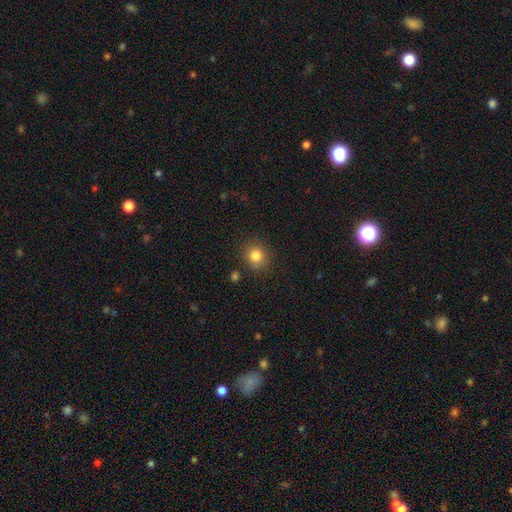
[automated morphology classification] smooth 83%, star or artifact 11%, featured or disk 6%. Down the decision tree: how rounded — round (83%); merging — none (82%).